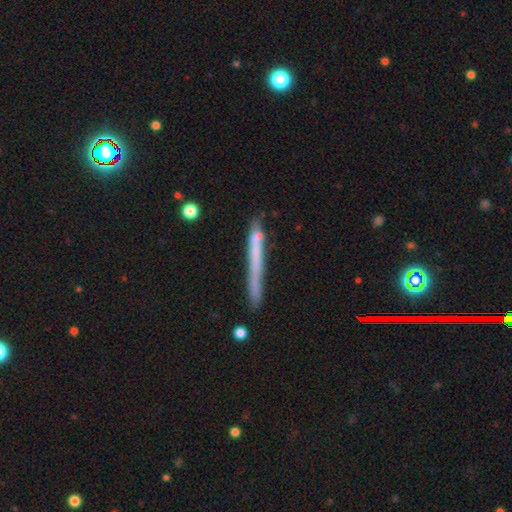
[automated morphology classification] smooth 53%, featured or disk 40%, star or artifact 7%. Down the decision tree: how rounded — cigar-shaped (97%); merging — none (70%).